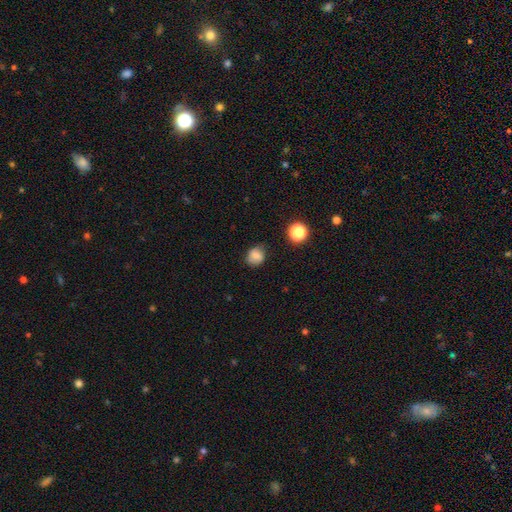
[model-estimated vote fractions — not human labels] smooth-or-featured: smooth: 78% | star or artifact: 12% | featured or disk: 11%
  how-rounded: round: 71% | in between: 28% | cigar-shaped: 1%
  merging: none: 74% | minor disturbance: 20% | major disturbance: 5% | merger: 2%